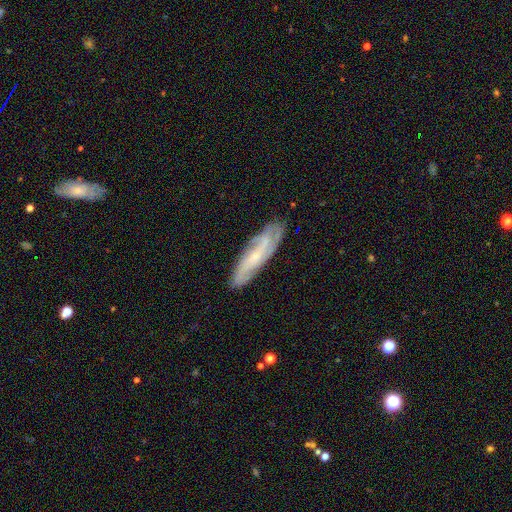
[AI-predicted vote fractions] This is likely a featured or disk galaxy (72%). It is likely not viewed edge-on (75%). Bar: possibly no (55%). Spiral arm pattern: clearly yes (92%). Central bulge: likely small (71%). Merging: clearly none (81%).